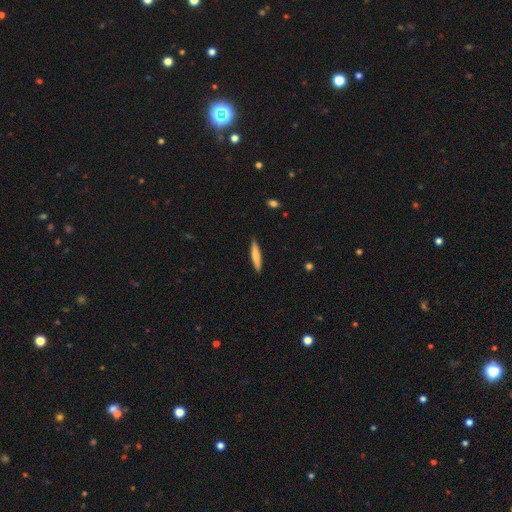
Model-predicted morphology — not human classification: smooth 74%, featured or disk 20%, star or artifact 5%. Down the decision tree: how rounded — cigar-shaped (89%); merging — none (89%).